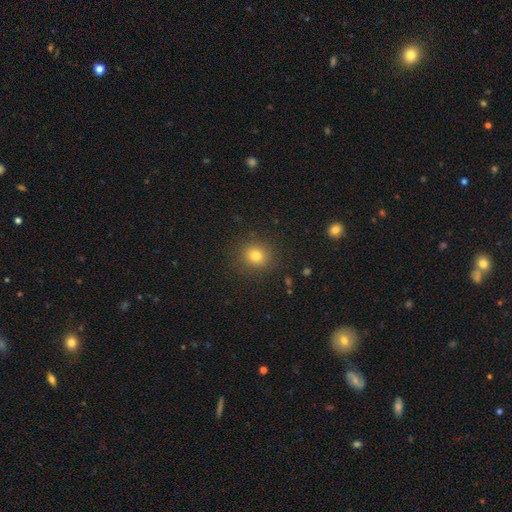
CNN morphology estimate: Overall: smooth (77%). How rounded: round (82%). Merging: none (88%).